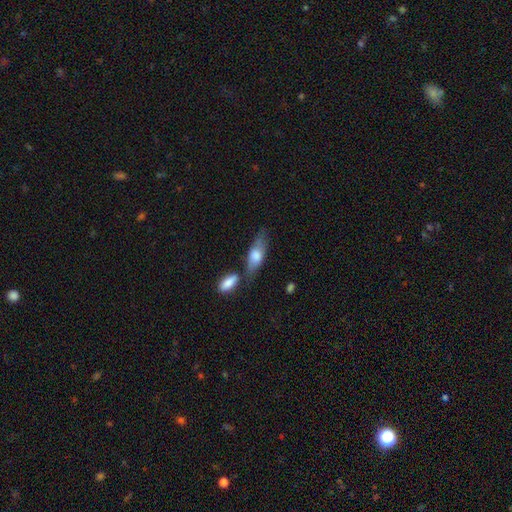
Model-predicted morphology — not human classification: smooth-or-featured: smooth: 65% | featured or disk: 29% | star or artifact: 6%
  how-rounded: in between: 63% | cigar-shaped: 34% | round: 3%
  merging: none: 52% | merger: 21% | minor disturbance: 20% | major disturbance: 7%